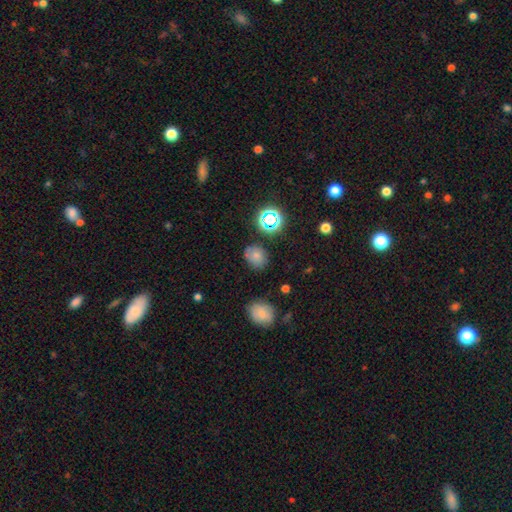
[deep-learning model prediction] Q: Smooth or featured?
A: smooth (69%); runner-up: star or artifact (21%)
Q: How rounded?
A: round (57%); runner-up: in between (42%)
Q: Merging?
A: none (73%); runner-up: minor disturbance (18%)